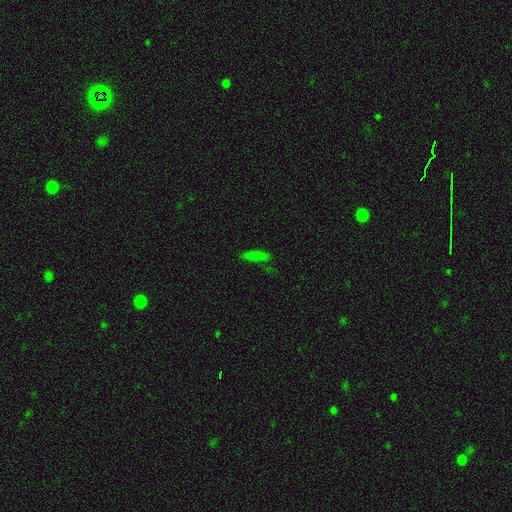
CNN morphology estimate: Smooth or featured? Predicted: smooth (p=0.77). How rounded? Predicted: cigar-shaped (p=0.72). Merging? Predicted: none (p=0.76).